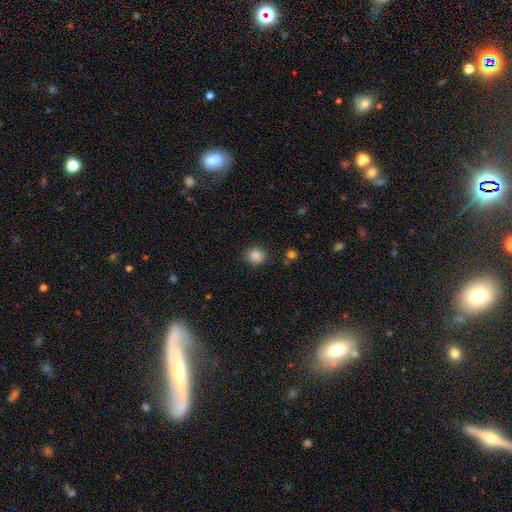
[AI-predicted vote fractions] Q: Smooth or featured?
A: smooth (87%); runner-up: star or artifact (10%)
Q: How rounded?
A: round (83%); runner-up: in between (16%)
Q: Merging?
A: none (87%); runner-up: minor disturbance (9%)